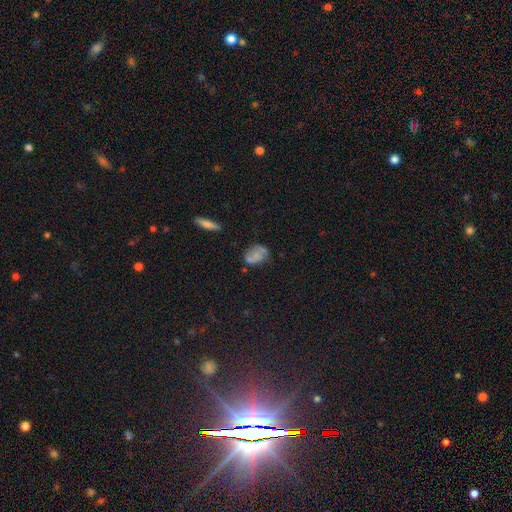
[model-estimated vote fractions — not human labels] Smooth or featured? Predicted: smooth (p=0.59). How rounded? Predicted: in between (p=0.76). Merging? Predicted: none (p=0.52).